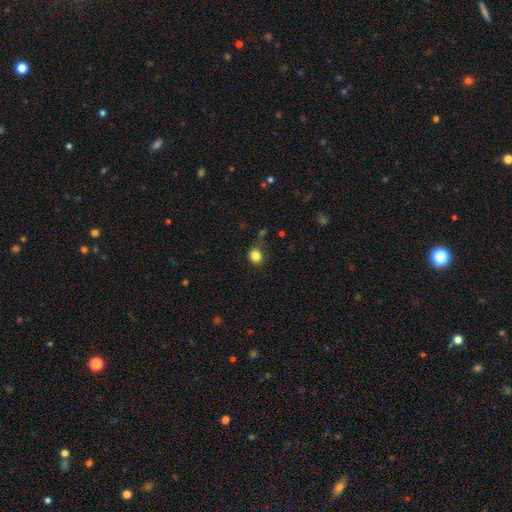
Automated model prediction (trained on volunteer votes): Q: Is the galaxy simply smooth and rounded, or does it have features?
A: smooth — 84%.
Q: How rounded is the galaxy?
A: round — 69%.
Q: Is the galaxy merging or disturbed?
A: none — 69%.